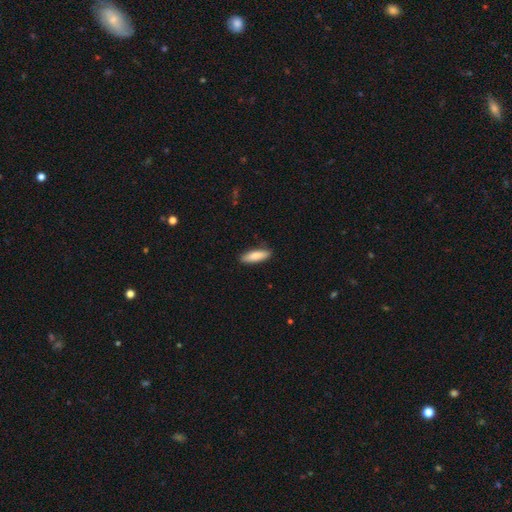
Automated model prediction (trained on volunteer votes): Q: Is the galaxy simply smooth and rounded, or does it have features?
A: smooth — 82%.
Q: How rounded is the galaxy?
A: cigar-shaped — 57%.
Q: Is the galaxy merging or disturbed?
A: none — 88%.